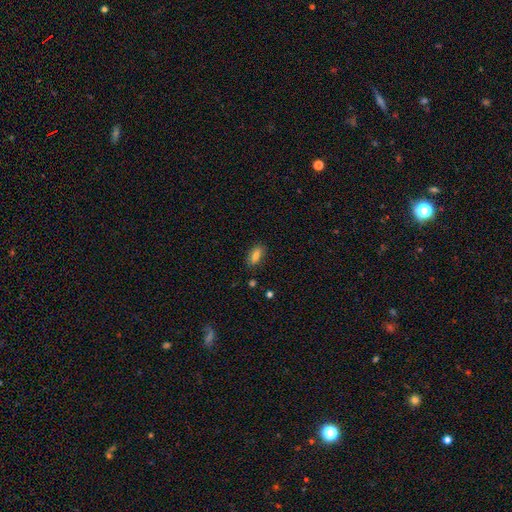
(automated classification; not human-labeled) smooth-or-featured: smooth: 75% | featured or disk: 15% | star or artifact: 10%
  how-rounded: in between: 79% | cigar-shaped: 16% | round: 5%
  merging: none: 80% | minor disturbance: 15% | major disturbance: 3% | merger: 2%